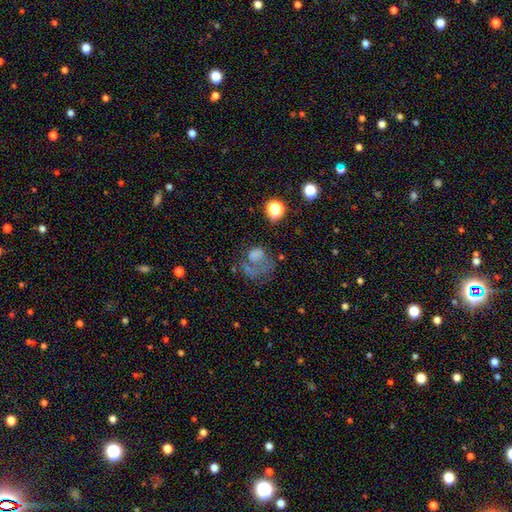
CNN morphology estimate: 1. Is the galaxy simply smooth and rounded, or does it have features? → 50% smooth, 32% featured or disk, 18% star or artifact.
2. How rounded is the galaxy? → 55% round, 44% in between, 1% cigar-shaped.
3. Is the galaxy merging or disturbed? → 44% major disturbance, 29% none, 16% minor disturbance, 11% merger.